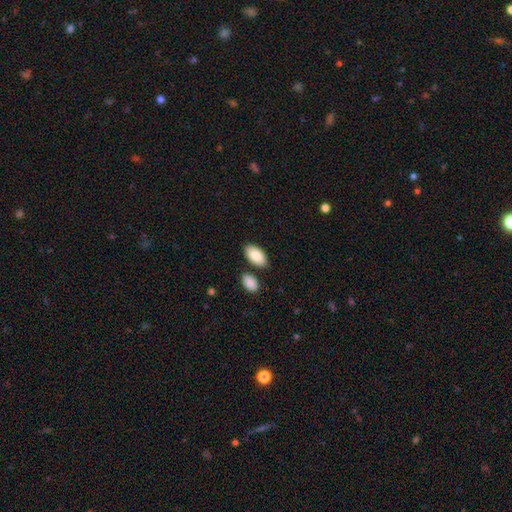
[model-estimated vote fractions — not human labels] Morphology: type=smooth (87%); roundness=in between (95%); merging=none (79%).